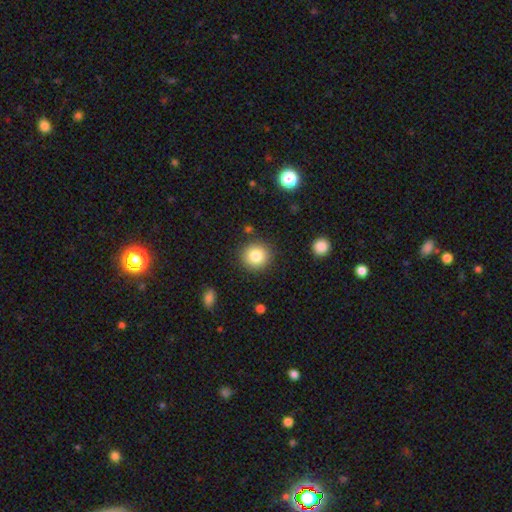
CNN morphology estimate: Q: Smooth or featured?
A: smooth (83%); runner-up: star or artifact (9%)
Q: How rounded?
A: round (91%); runner-up: in between (8%)
Q: Merging?
A: none (88%); runner-up: minor disturbance (8%)